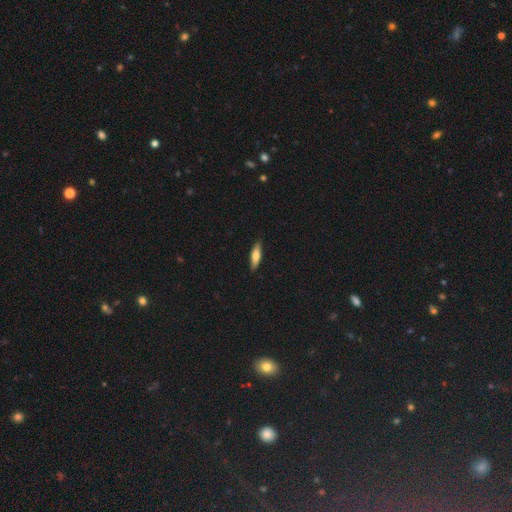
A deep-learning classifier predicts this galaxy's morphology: Overall: smooth (68%). How rounded: cigar-shaped (61%; in between 37%). Merging: none (86%).